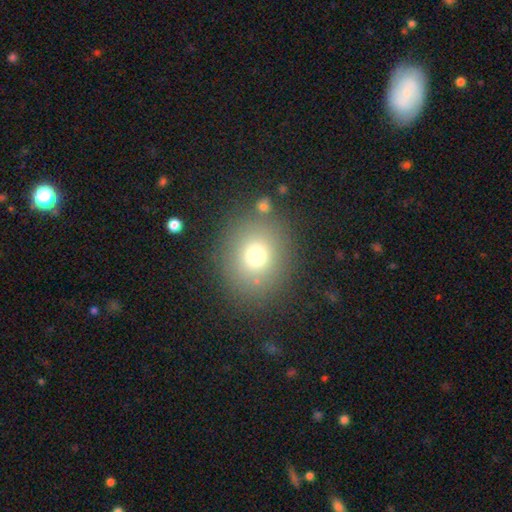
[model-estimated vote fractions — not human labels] Smooth or featured? smooth (73%)
How rounded? round (82%)
Merging? none (82%)